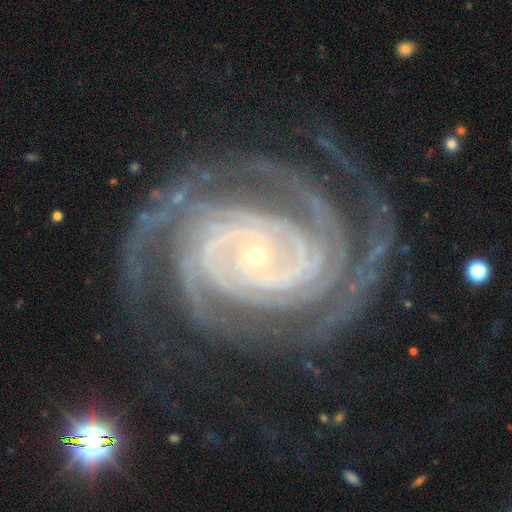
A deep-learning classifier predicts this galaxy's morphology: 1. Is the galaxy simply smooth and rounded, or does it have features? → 93% featured or disk, 5% star or artifact, 2% smooth.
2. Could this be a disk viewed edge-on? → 98% no, 2% yes.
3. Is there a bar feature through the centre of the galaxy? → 61% no, 20% weak, 19% strong.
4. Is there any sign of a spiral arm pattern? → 99% yes, 1% no.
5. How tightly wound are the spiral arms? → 81% tight, 17% medium, 2% loose.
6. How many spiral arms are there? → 26% 2, 21% 3, 19% 4, 13% more than 4, 12% can't tell, 8% 1.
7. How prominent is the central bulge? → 85% small, 11% moderate, 2% large, 1% none, 1% dominant.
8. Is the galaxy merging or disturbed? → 76% none, 14% minor disturbance, 8% major disturbance, 2% merger.